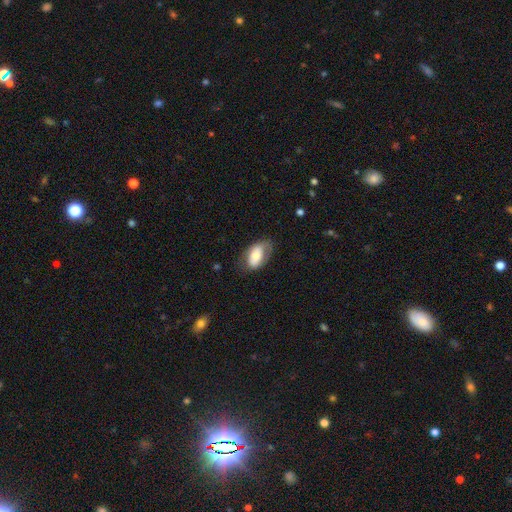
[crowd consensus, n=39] A smooth galaxy with no disk features (62%) that is in between round and cigar-shaped (100%).

Vote fractions:
- Smooth or featured? smooth: 62% / featured or disk: 31% / star or artifact: 8%
- How rounded? in between: 100% / round: 0% / cigar-shaped: 0%
- Merging? none: 56% / minor disturbance: 36% / major disturbance: 8% / merger: 0%